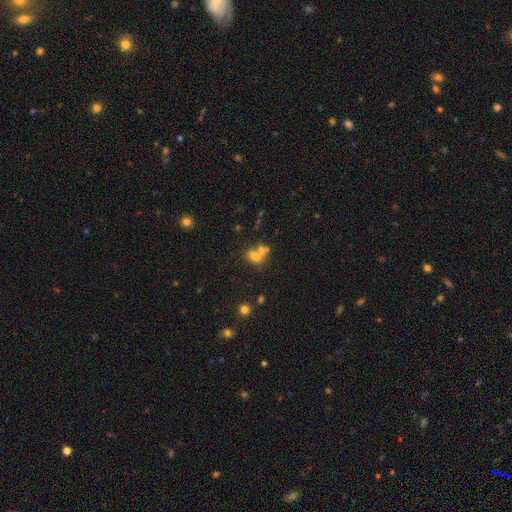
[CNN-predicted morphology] A smooth galaxy with no disk features (65%) that is in between round and cigar-shaped (63%). Merging: merger (54%).